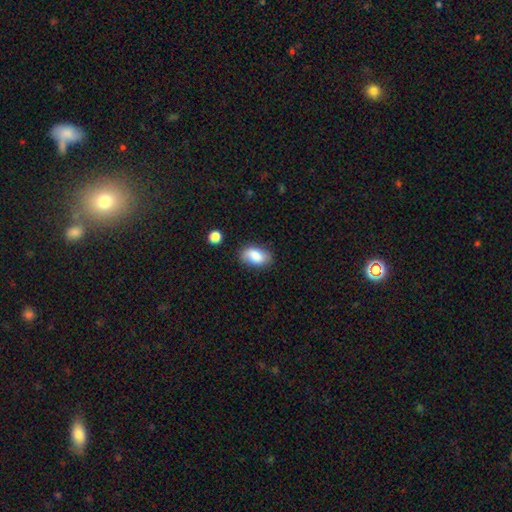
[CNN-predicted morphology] Smooth or featured?
  - smooth: 84% *
  - featured or disk: 9%
  - star or artifact: 7%
How rounded?
  - in between: 91% *
  - round: 7%
  - cigar-shaped: 2%
Merging?
  - none: 79% *
  - minor disturbance: 15%
  - major disturbance: 3%
  - merger: 2%